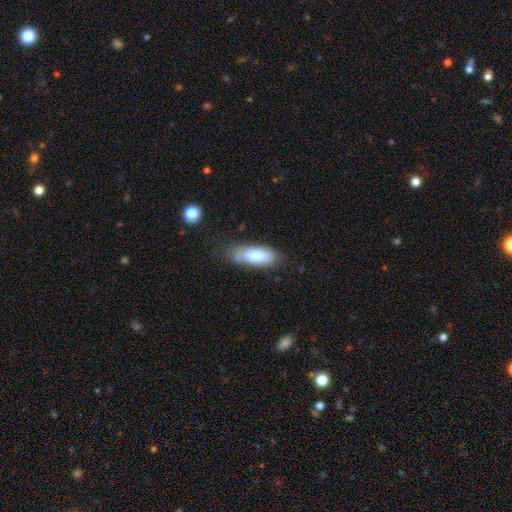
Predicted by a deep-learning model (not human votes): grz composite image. It shows a smooth galaxy with no disk features (78%) that is in between round and cigar-shaped (73%). Merging: none (64%).